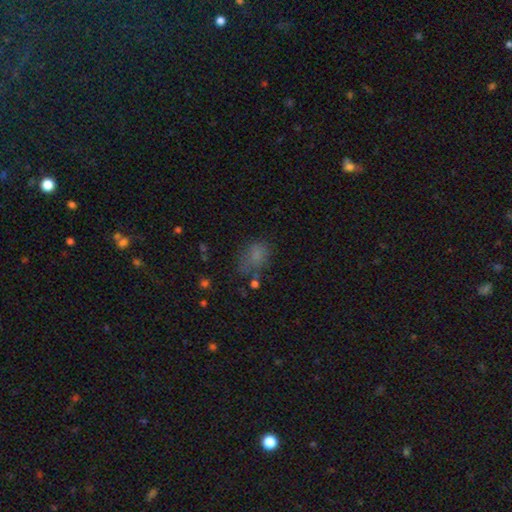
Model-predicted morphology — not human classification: type=smooth (70%); roundness=in between (78%); merging=none (46%).